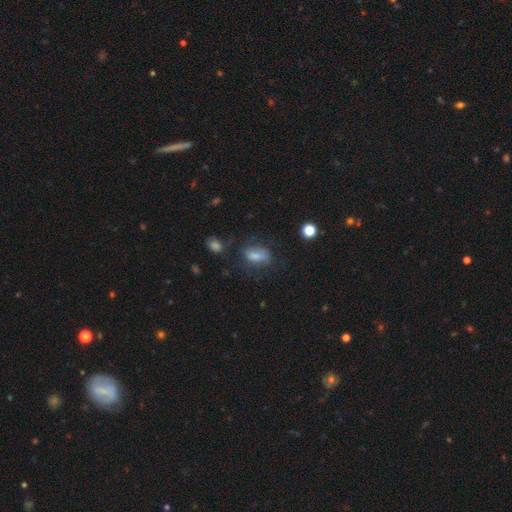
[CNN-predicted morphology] The model was most divided on "merging": none: 53%, minor disturbance: 25%, major disturbance: 18%, merger: 4%. More confident: how rounded — in between (82%); smooth or featured — smooth (66%).